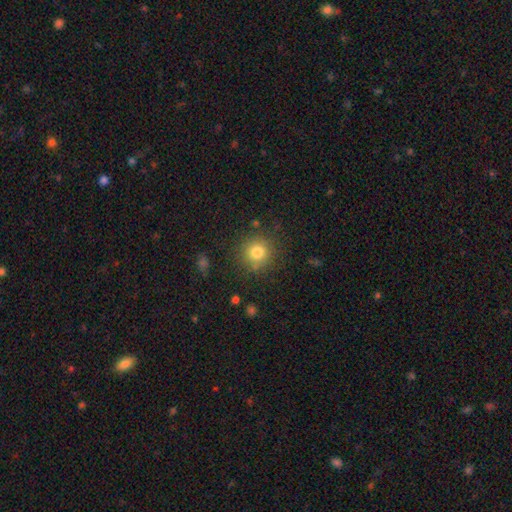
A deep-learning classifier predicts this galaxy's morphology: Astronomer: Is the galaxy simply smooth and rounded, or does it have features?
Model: smooth — 78%.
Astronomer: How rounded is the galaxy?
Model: round — 94%.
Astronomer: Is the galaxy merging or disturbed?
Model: none — 88%.